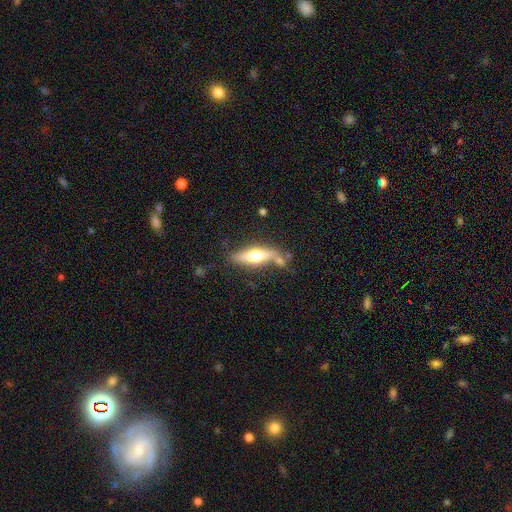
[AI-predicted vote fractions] A featured or disk galaxy (52%) viewed edge-on (85%). Merging: none (64%).